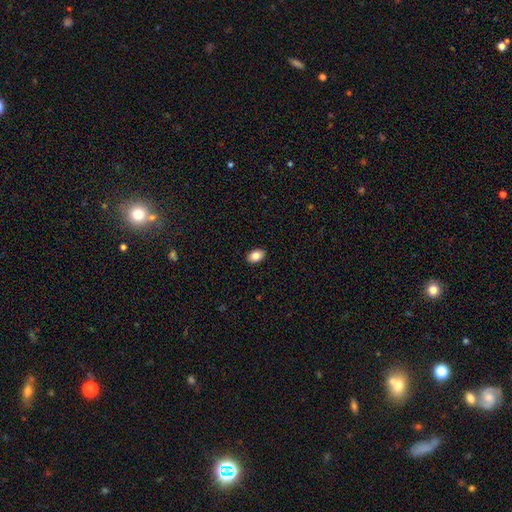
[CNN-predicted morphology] Q: Smooth or featured?
A: smooth (85%); runner-up: star or artifact (8%)
Q: How rounded?
A: in between (87%); runner-up: round (11%)
Q: Merging?
A: none (90%); runner-up: minor disturbance (7%)